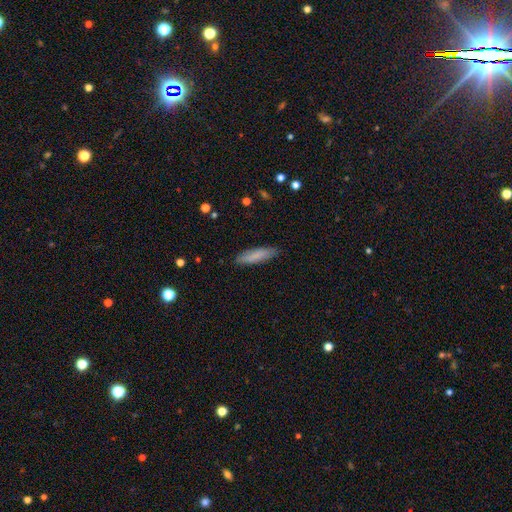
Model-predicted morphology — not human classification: Smooth or featured? Predicted: smooth (p=0.80). How rounded? Predicted: cigar-shaped (p=0.73). Merging? Predicted: none (p=0.86).